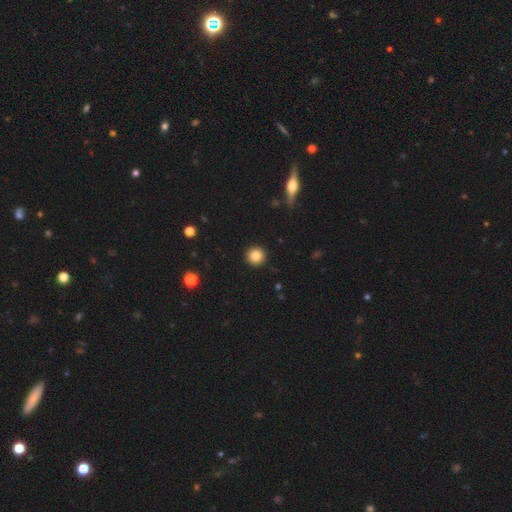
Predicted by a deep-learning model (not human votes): The model was most divided on "smooth or featured": smooth: 84%, star or artifact: 10%, featured or disk: 6%. More confident: how rounded — round (95%); merging — none (93%).